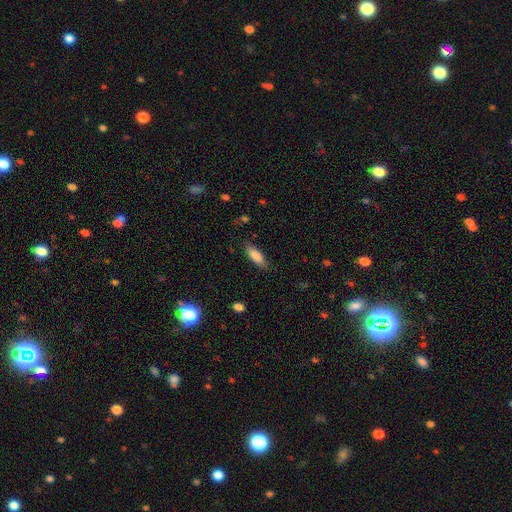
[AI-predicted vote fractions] Q: Smooth or featured?
A: smooth (80%); runner-up: featured or disk (13%)
Q: How rounded?
A: in between (59%); runner-up: cigar-shaped (40%)
Q: Merging?
A: none (82%); runner-up: minor disturbance (14%)